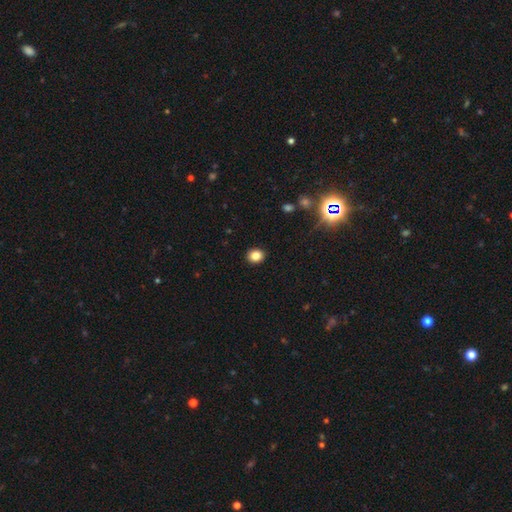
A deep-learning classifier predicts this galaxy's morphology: Smooth or featured?
  - smooth: 84% *
  - star or artifact: 11%
  - featured or disk: 5%
How rounded?
  - round: 70% *
  - in between: 29%
  - cigar-shaped: 1%
Merging?
  - none: 92% *
  - minor disturbance: 5%
  - major disturbance: 2%
  - merger: 1%